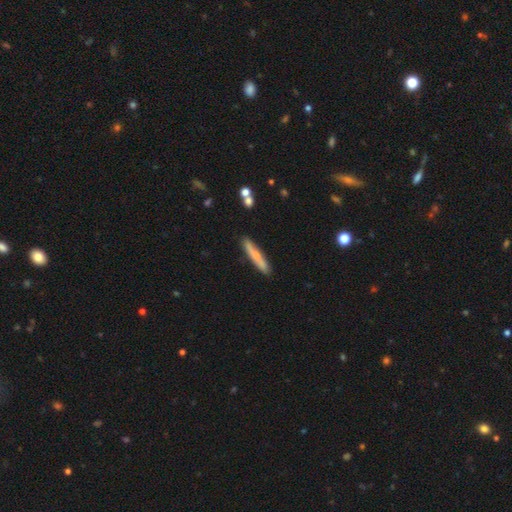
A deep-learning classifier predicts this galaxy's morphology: type=smooth (68%); roundness=cigar-shaped (93%); merging=none (85%).